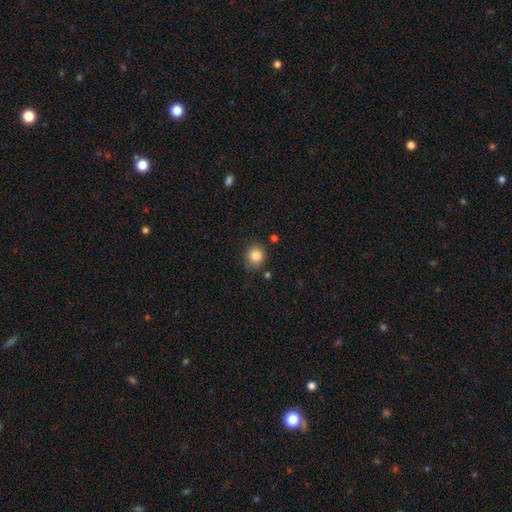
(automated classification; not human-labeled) Q: Smooth or featured?
A: smooth (84%); runner-up: star or artifact (10%)
Q: How rounded?
A: round (83%); runner-up: in between (16%)
Q: Merging?
A: none (80%); runner-up: minor disturbance (13%)